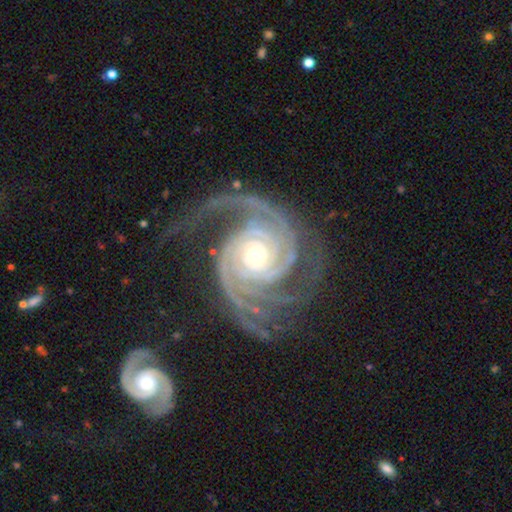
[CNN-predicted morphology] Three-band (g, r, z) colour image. It shows a featured or disk galaxy (94%) with no bar (67%), 3 (33%) tight (64%) spiral arms (99%) and a moderate central bulge (53%). Merging: none (66%).